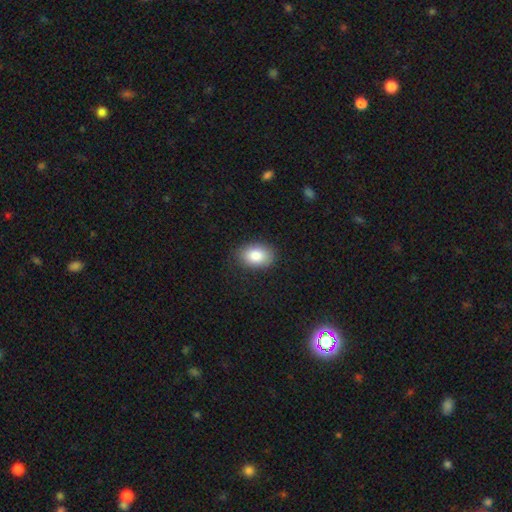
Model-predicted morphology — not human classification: smooth_or_featured: smooth (p=0.84) [alt: featured or disk p=0.08]
how_rounded: in between (p=0.84) [alt: round p=0.14]
merging: none (p=0.86) [alt: minor disturbance p=0.11]